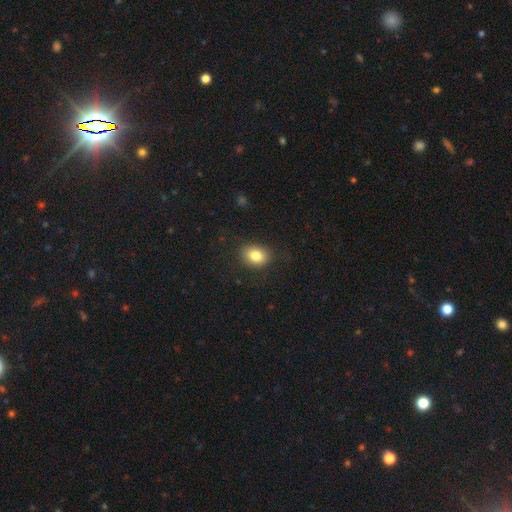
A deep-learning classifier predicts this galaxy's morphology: smooth 82%, star or artifact 10%, featured or disk 8%. Down the decision tree: how rounded — in between (58%); merging — none (86%).